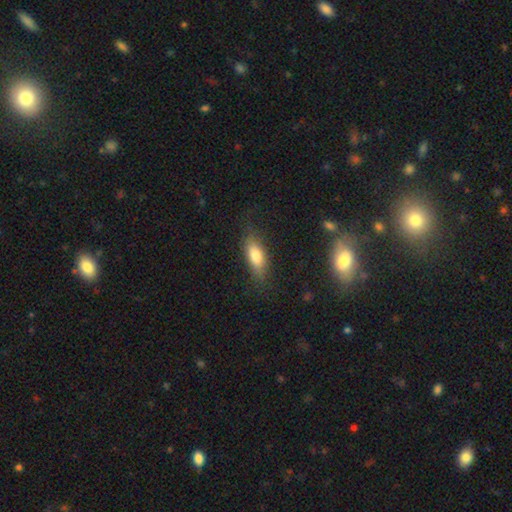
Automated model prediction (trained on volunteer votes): smooth_or_featured: smooth (p=0.74) [alt: featured or disk p=0.17]
how_rounded: in between (p=0.76) [alt: cigar-shaped p=0.21]
merging: none (p=0.75) [alt: minor disturbance p=0.17]